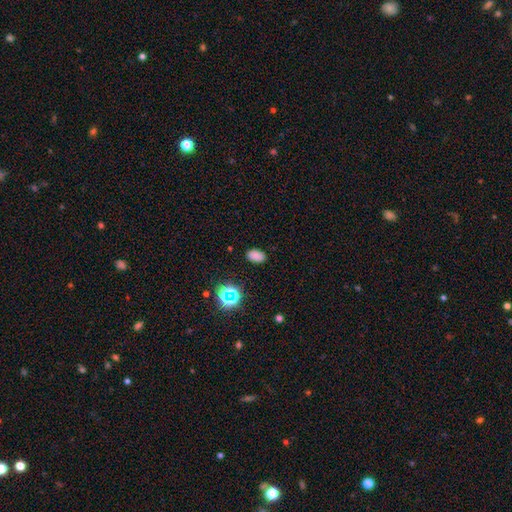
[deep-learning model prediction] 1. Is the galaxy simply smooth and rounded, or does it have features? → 79% smooth, 17% star or artifact, 4% featured or disk.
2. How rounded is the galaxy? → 88% in between, 10% round, 1% cigar-shaped.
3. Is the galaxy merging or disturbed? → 87% none, 9% minor disturbance, 3% major disturbance, 1% merger.